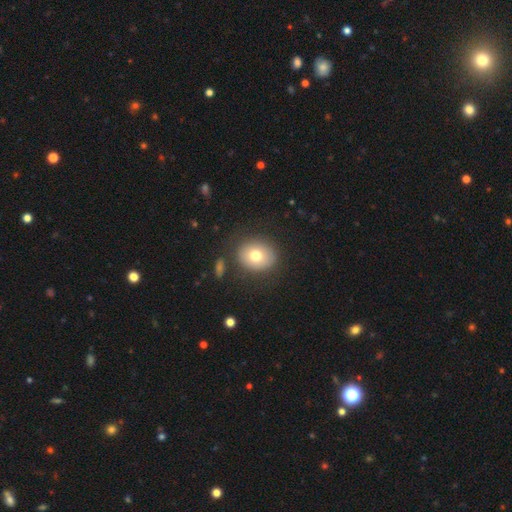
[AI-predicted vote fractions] smooth 72%, featured or disk 18%, star or artifact 10%. Down the decision tree: how rounded — round (62%); merging — none (81%).